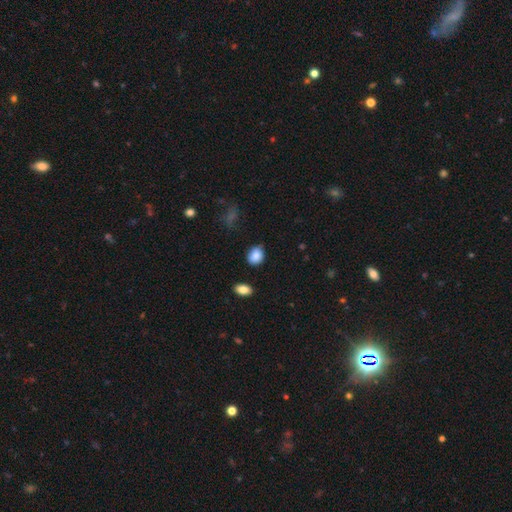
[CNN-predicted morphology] Smooth or featured: smooth — 86% (star or artifact — 8%)
How rounded: in between — 53% (round — 46%)
Merging: none — 78% (minor disturbance — 17%)